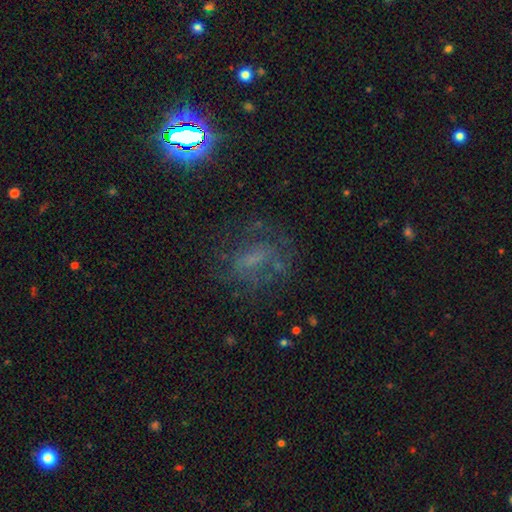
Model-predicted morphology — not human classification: A featured or disk galaxy (49%). Merging: none (54%).